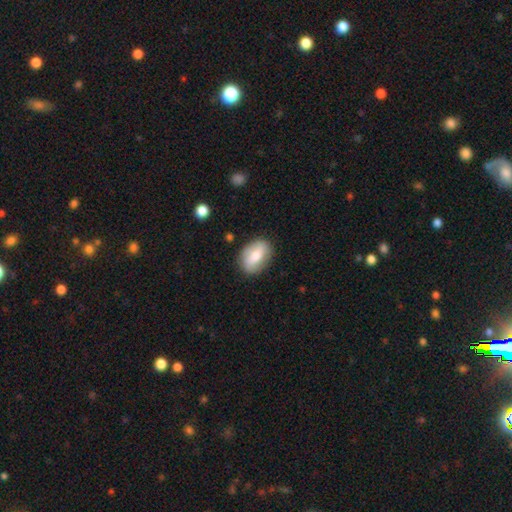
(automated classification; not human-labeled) Smooth or featured? smooth (64%)
How rounded? in between (83%)
Merging? none (83%)